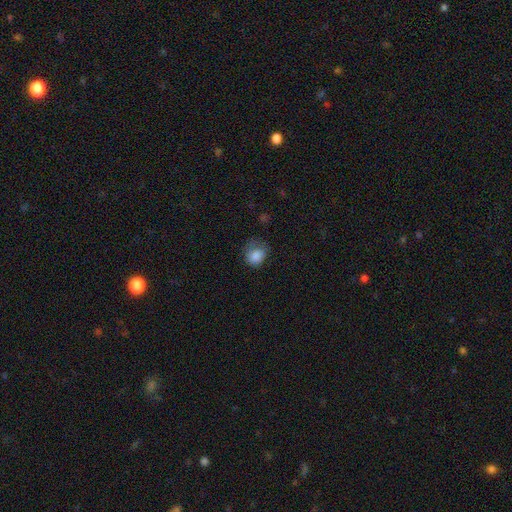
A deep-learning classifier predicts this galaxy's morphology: A smooth galaxy with no disk features (84%) that is round (57%). Merging: none (49%).